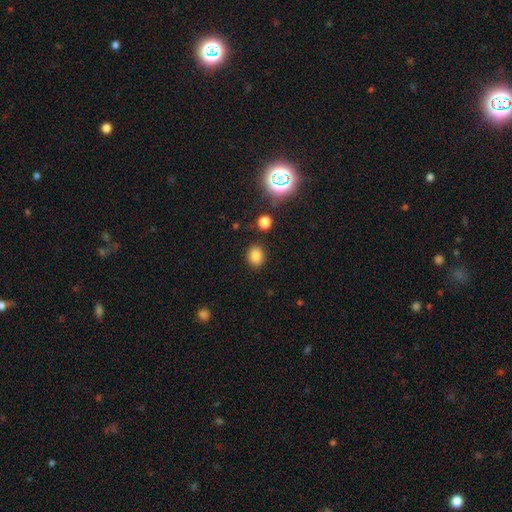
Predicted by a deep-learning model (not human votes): smooth 81%, star or artifact 14%, featured or disk 5%. Down the decision tree: how rounded — in between (50%); merging — none (86%).